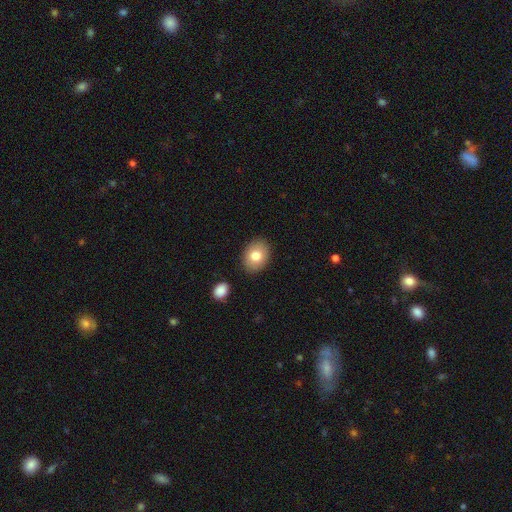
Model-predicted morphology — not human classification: A smooth galaxy with no disk features (80%) that is in between round and cigar-shaped (61%). Merging: none (87%).